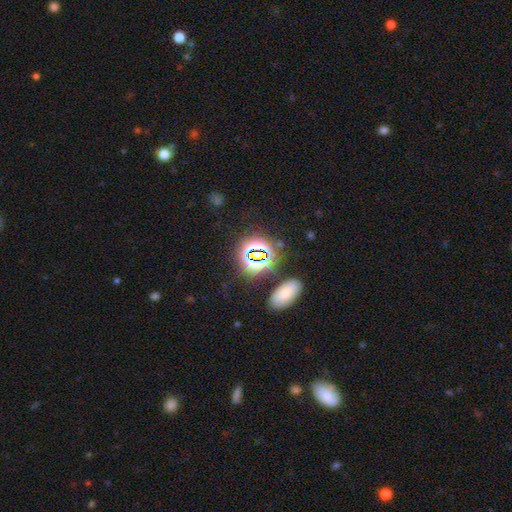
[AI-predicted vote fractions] star or artifact 62%, smooth 30%, featured or disk 9%.